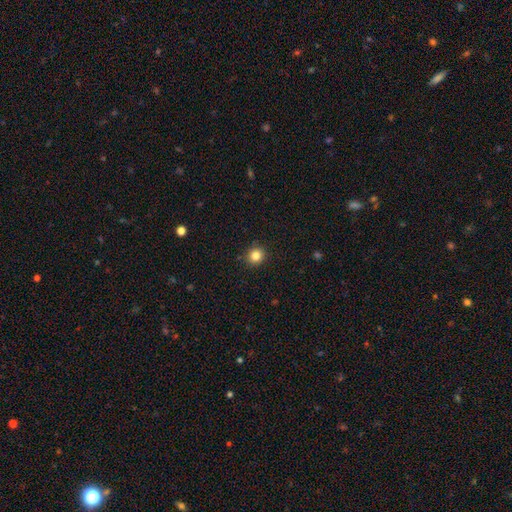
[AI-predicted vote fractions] This appears to be a smooth galaxy with no disk features (83%) that is round (91%). Merging: none (91%).